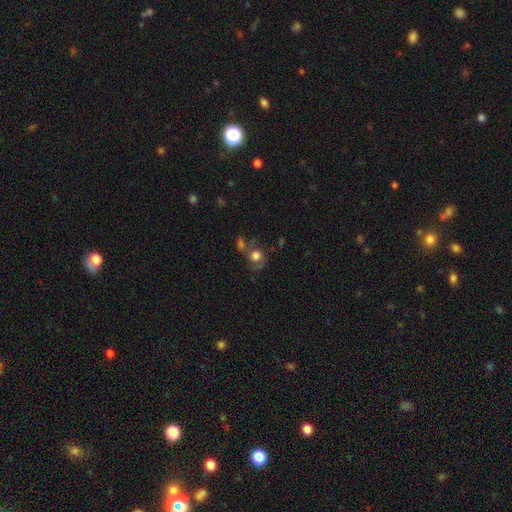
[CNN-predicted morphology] Smooth or featured: smooth — 50% (featured or disk — 38%)
How rounded: round — 72% (in between — 27%)
Merging: none — 36% (merger — 34%)